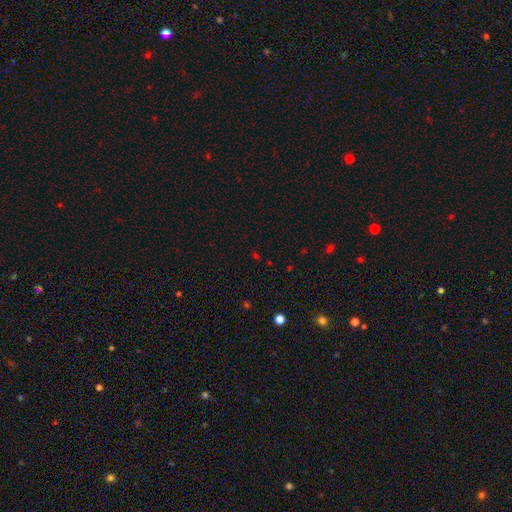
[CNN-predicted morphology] This is possibly a star or artifact rather than a galaxy (58%).